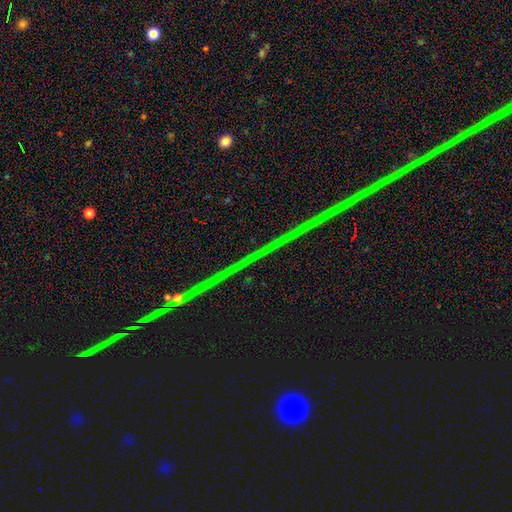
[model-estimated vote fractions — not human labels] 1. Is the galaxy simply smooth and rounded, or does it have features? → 86% star or artifact, 9% featured or disk, 6% smooth.